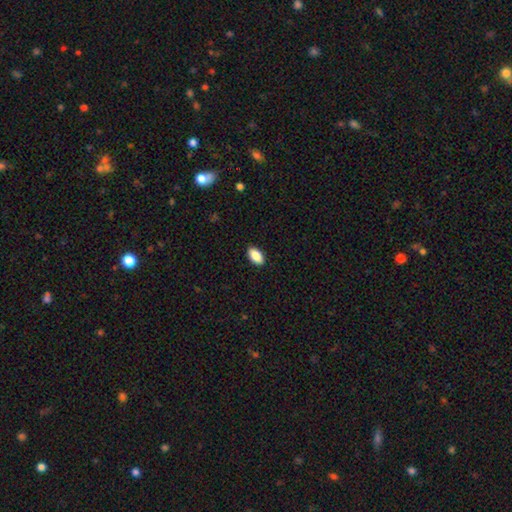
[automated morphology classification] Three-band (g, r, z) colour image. It shows a smooth galaxy with no disk features (88%) that is in between round and cigar-shaped (94%). Merging: none (90%).